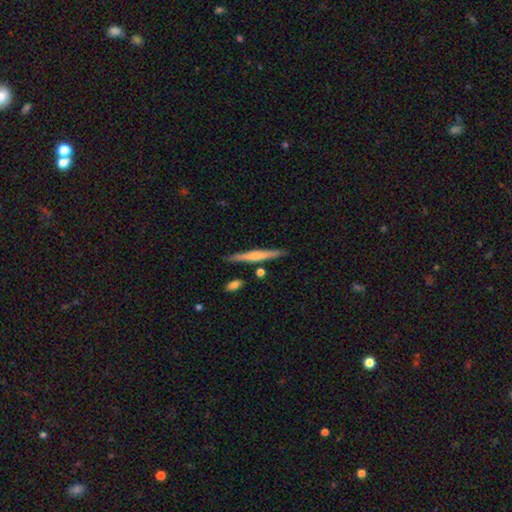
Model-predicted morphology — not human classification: Overall: smooth (47%, tied with featured or disk). Merging: none (85%).